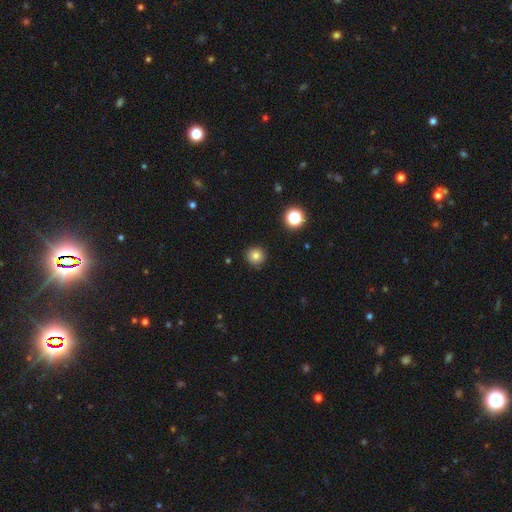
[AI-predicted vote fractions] Smooth or featured? smooth (81%)
How rounded? round (94%)
Merging? none (90%)